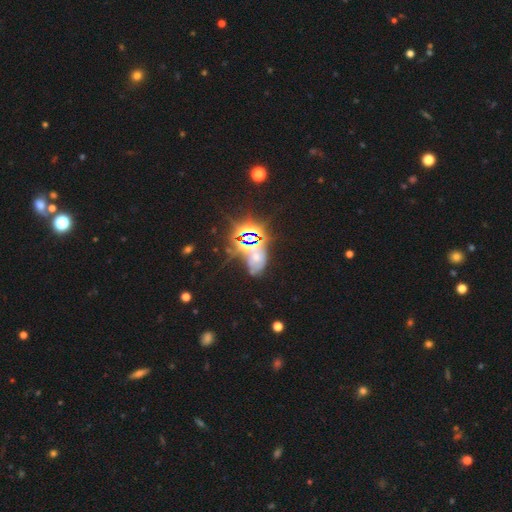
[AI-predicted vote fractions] This is possibly a star or artifact rather than a galaxy (58%).